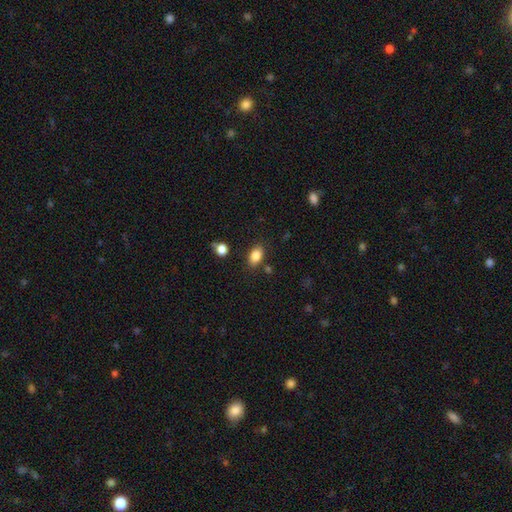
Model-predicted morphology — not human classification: A smooth galaxy with no disk features (85%) that is in between round and cigar-shaped (85%).

Vote fractions:
- Smooth or featured? smooth: 85% / star or artifact: 9% / featured or disk: 6%
- How rounded? in between: 85% / round: 13% / cigar-shaped: 2%
- Merging? none: 82% / minor disturbance: 11% / merger: 4% / major disturbance: 3%